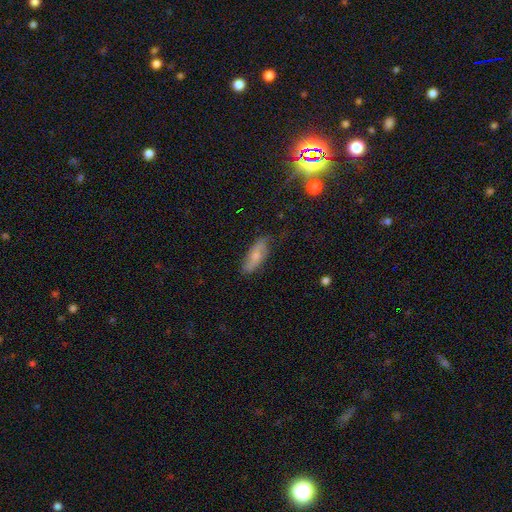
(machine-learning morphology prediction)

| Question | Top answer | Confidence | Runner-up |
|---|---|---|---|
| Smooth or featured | smooth | 59% | featured or disk (34%) |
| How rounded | in between | 68% | cigar-shaped (29%) |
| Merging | none | 73% | minor disturbance (21%) |